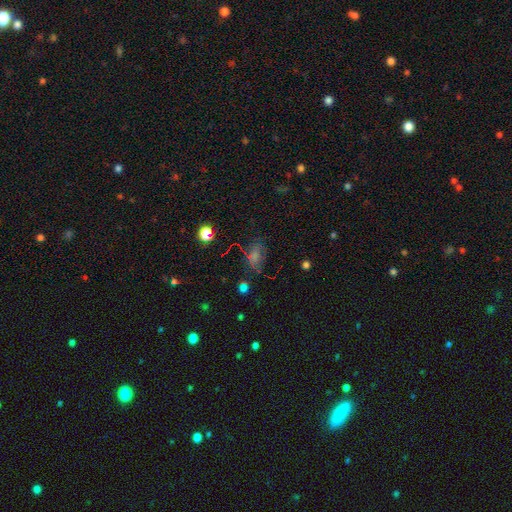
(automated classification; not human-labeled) smooth_or_featured: smooth (p=0.41) [alt: star or artifact p=0.37]
merging: none (p=0.63) [alt: minor disturbance p=0.20]